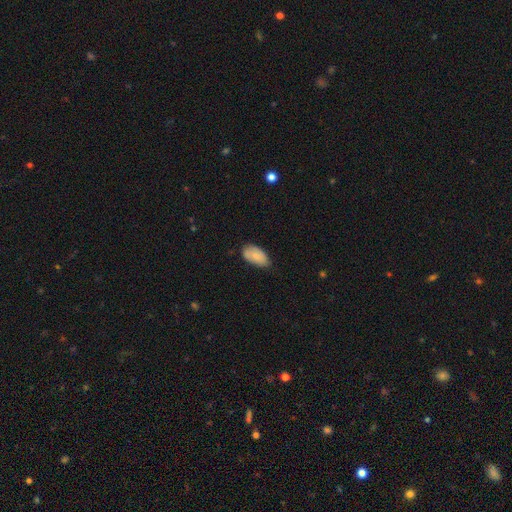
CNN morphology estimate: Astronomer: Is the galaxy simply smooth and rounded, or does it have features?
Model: smooth — 76%.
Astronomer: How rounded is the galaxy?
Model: in between — 94%.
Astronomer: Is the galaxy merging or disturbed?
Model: none — 62%.